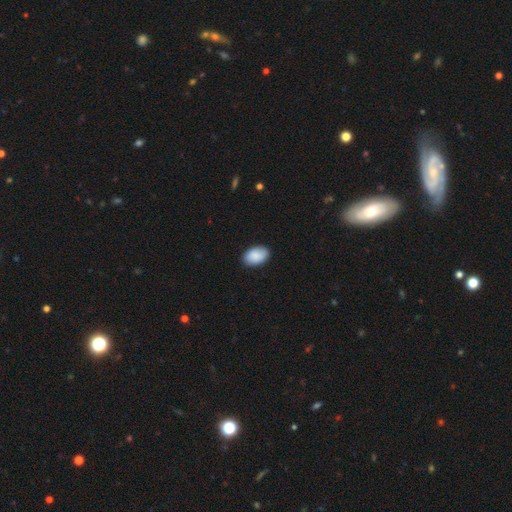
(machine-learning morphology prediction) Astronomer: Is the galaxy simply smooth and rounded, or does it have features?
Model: smooth — 89%.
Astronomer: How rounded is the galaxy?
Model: in between — 91%.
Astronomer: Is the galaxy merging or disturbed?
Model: none — 87%.